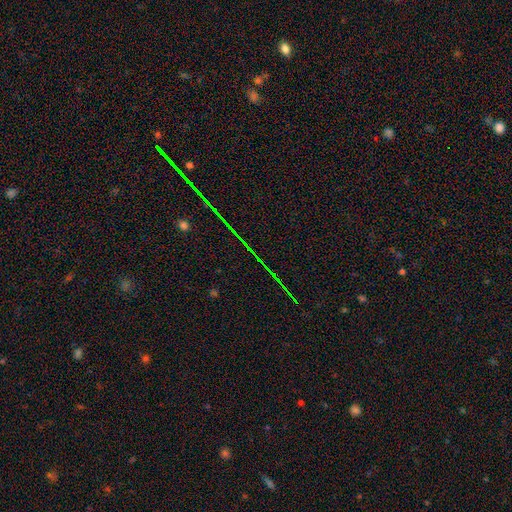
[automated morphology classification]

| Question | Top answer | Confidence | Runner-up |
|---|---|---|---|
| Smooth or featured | star or artifact | 82% | smooth (9%) |